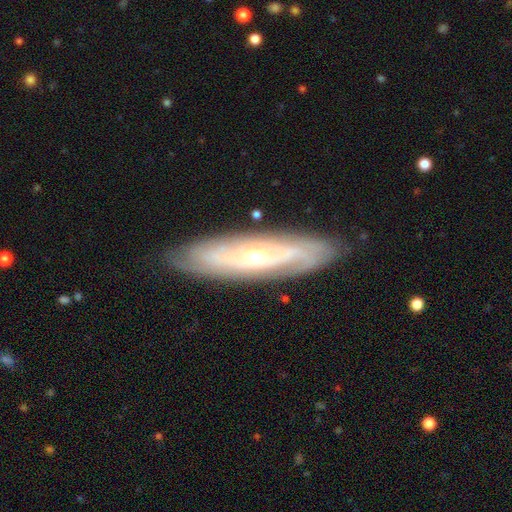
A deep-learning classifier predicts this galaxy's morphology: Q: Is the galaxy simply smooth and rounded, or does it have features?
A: featured or disk — 74%.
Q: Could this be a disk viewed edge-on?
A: no — 67%.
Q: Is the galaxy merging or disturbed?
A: none — 85%.